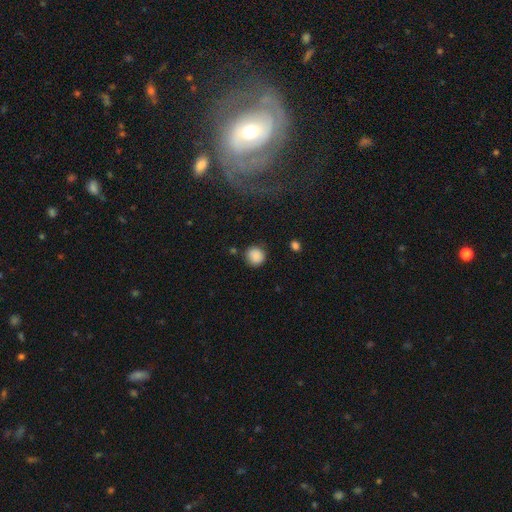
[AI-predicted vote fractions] This appears to be a smooth galaxy with no disk features (87%) that is round (91%). Merging: none (82%).